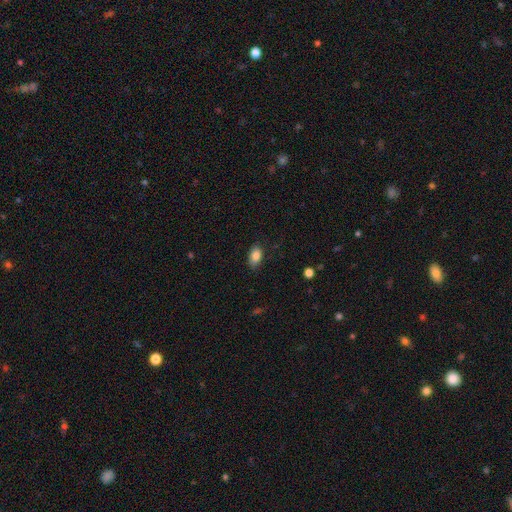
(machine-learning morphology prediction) A smooth galaxy with no disk features (85%) that is in between round and cigar-shaped (89%).

Vote fractions:
- Smooth or featured? smooth: 85% / star or artifact: 8% / featured or disk: 7%
- How rounded? in between: 89% / round: 9% / cigar-shaped: 2%
- Merging? none: 83% / minor disturbance: 14% / major disturbance: 3% / merger: 1%